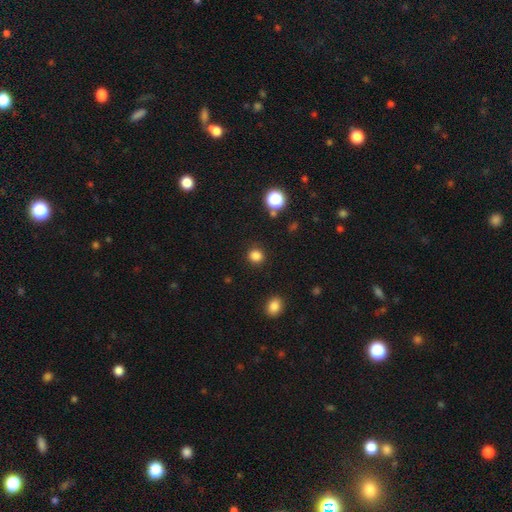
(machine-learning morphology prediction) Q: Smooth or featured?
A: smooth (84%); runner-up: star or artifact (13%)
Q: How rounded?
A: round (87%); runner-up: in between (12%)
Q: Merging?
A: none (89%); runner-up: minor disturbance (6%)